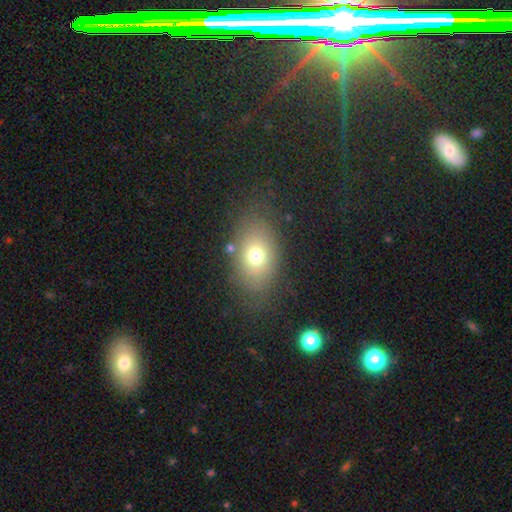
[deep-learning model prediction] Smooth or featured? smooth (69%)
How rounded? in between (76%)
Merging? none (74%)